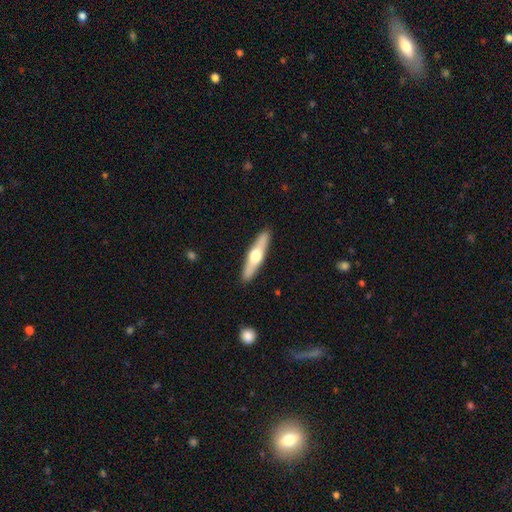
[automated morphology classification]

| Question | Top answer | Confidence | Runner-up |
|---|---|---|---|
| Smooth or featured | featured or disk | 57% | smooth (38%) |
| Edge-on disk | yes | 94% | no (6%) |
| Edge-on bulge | rounded | 95% | none (3%) |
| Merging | none | 91% | minor disturbance (6%) |